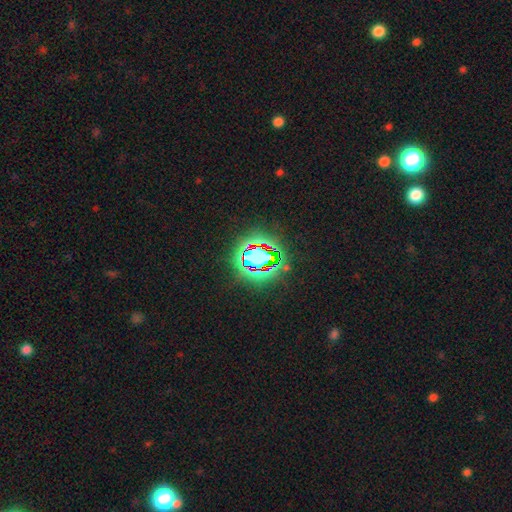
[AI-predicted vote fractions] This appears to be a star or artifact, not a galaxy (76%).